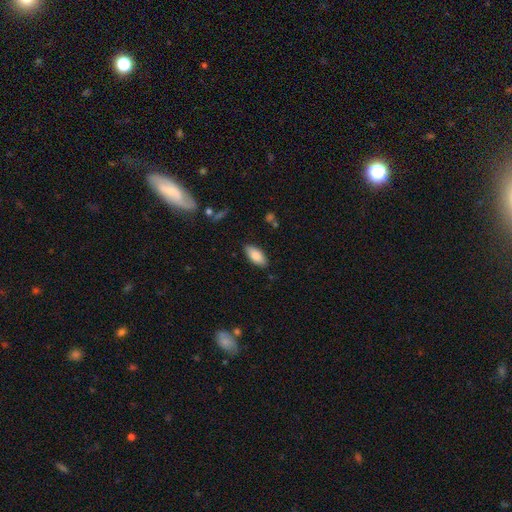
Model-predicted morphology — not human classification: Smooth or featured: smooth — 84% (featured or disk — 10%)
How rounded: in between — 89% (cigar-shaped — 9%)
Merging: none — 86% (minor disturbance — 10%)